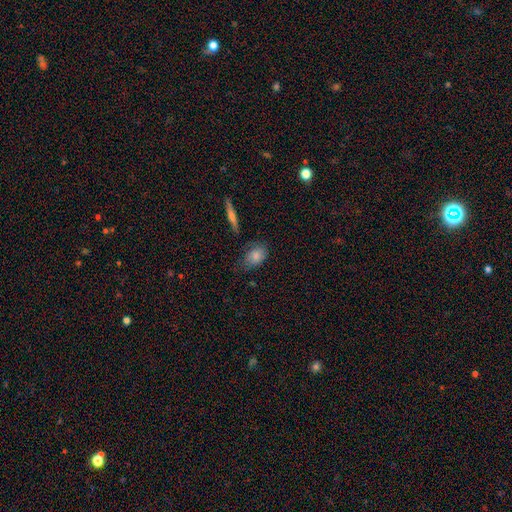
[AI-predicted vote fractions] Smooth or featured? smooth (80%)
How rounded? in between (79%)
Merging? none (60%)